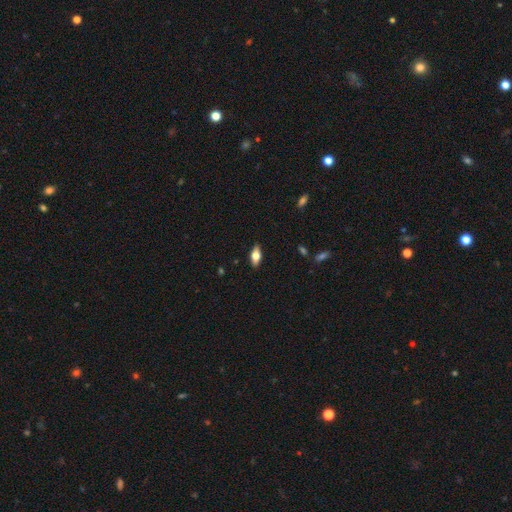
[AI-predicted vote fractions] Q: Smooth or featured?
A: smooth (55%); runner-up: featured or disk (37%)
Q: How rounded?
A: in between (80%); runner-up: cigar-shaped (17%)
Q: Merging?
A: none (88%); runner-up: minor disturbance (9%)